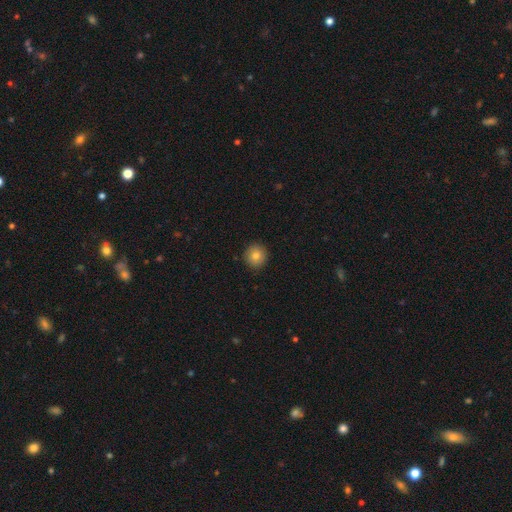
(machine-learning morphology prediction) smooth-or-featured: smooth: 81% | star or artifact: 11% | featured or disk: 9%
  how-rounded: round: 93% | in between: 6% | cigar-shaped: 1%
  merging: none: 92% | minor disturbance: 6% | major disturbance: 2% | merger: 1%